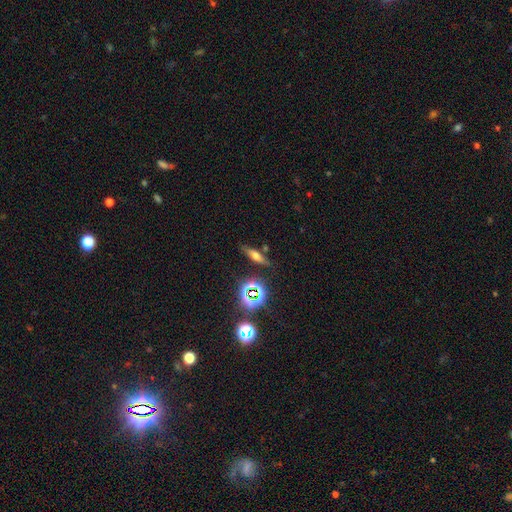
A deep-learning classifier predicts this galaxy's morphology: This appears to be a smooth galaxy with no disk features (46%). Merging: none (79%).